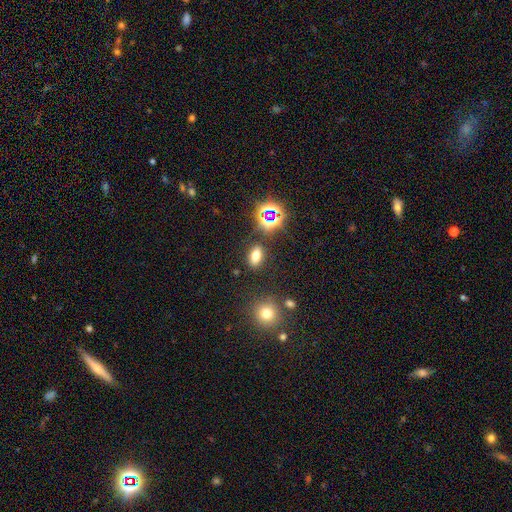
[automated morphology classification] The model was most divided on "smooth or featured": smooth: 67%, star or artifact: 23%, featured or disk: 10%. More confident: merging — none (84%); how rounded — in between (81%).